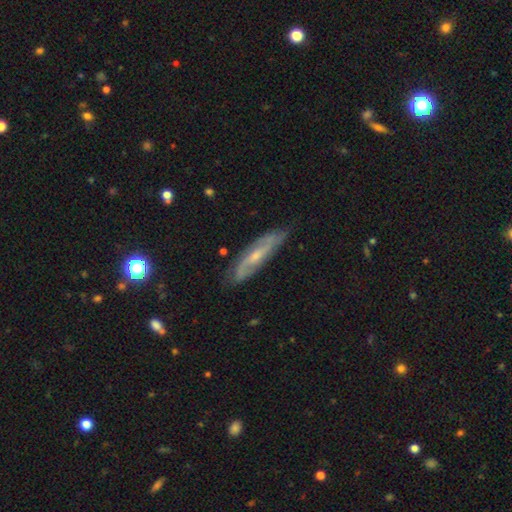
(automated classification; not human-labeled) This is likely a featured or disk galaxy (73%). It is likely not viewed edge-on (69%). Bar: marginally weak (44%). Spiral arm pattern: clearly yes (89%). Central bulge: likely small (61%). Merging: likely none (78%).